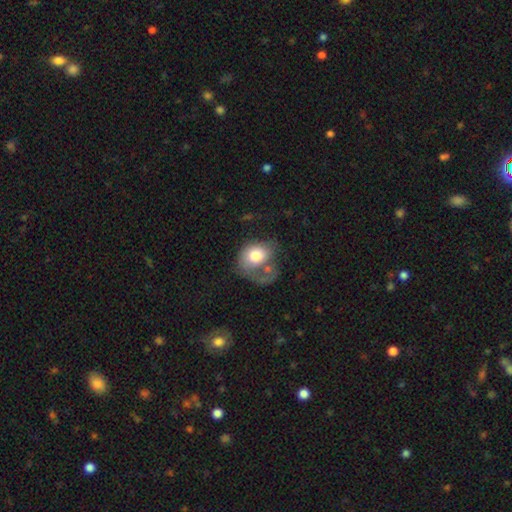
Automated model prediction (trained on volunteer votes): smooth 67%, featured or disk 25%, star or artifact 7%. Down the decision tree: how rounded — in between (50%); merging — major disturbance (44%).